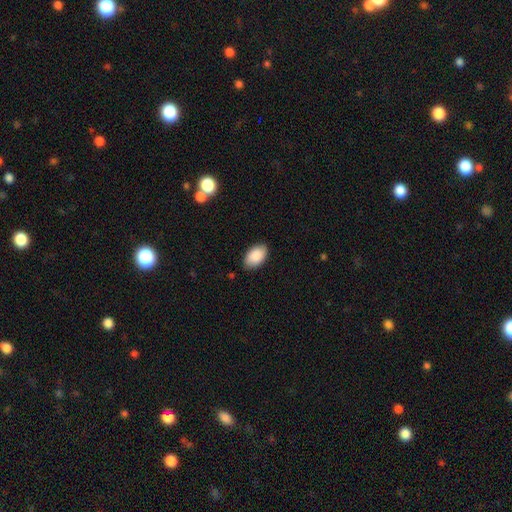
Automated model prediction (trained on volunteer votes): Overall: smooth (88%). How rounded: in between (93%). Merging: none (85%).